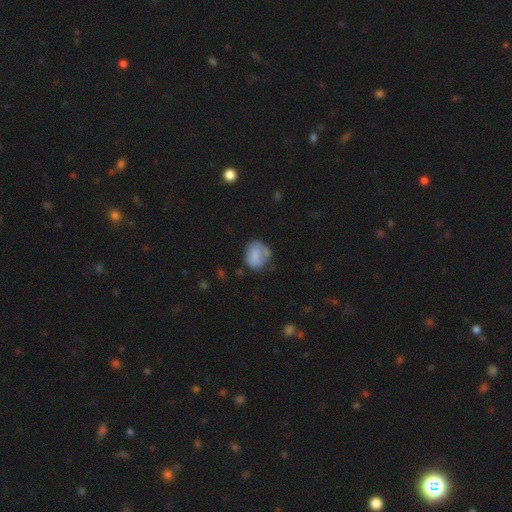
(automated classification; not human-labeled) Overall: smooth (74%). How rounded: round (67%; in between 32%). Merging: none (52%; minor disturbance 28%).